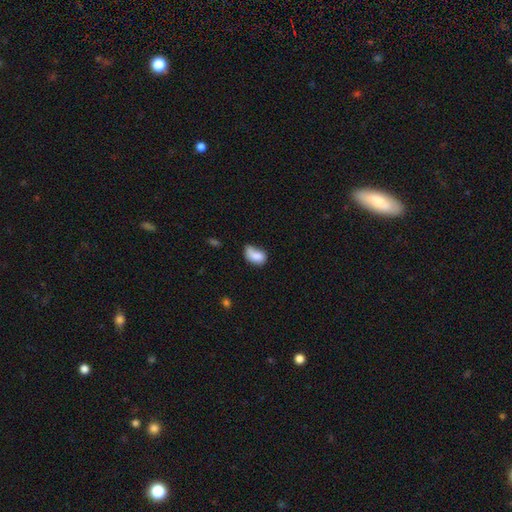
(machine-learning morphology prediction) Smooth or featured?
  - smooth: 76% *
  - featured or disk: 15%
  - star or artifact: 9%
How rounded?
  - in between: 84% *
  - round: 14%
  - cigar-shaped: 2%
Merging?
  - minor disturbance: 33% *
  - none: 30%
  - major disturbance: 20%
  - merger: 17%